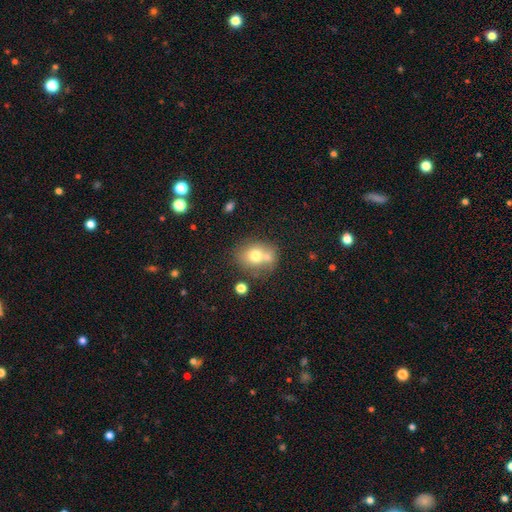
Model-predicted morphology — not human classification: Overall: smooth (69%). How rounded: round (57%; in between 42%). Merging: none (42%; merger 41%).